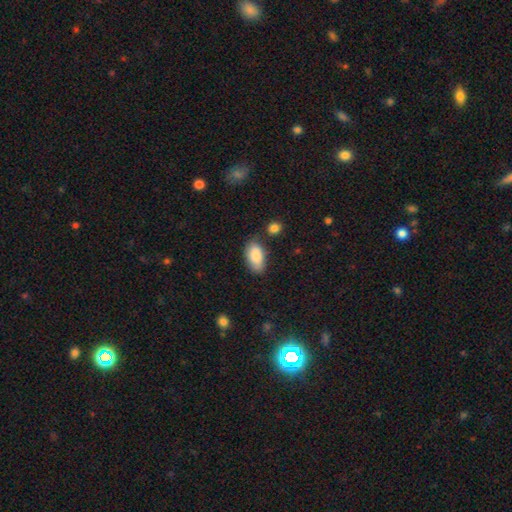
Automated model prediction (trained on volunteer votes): smooth_or_featured: smooth (p=0.85) [alt: featured or disk p=0.08]
how_rounded: in between (p=0.93) [alt: cigar-shaped p=0.04]
merging: none (p=0.70) [alt: minor disturbance p=0.21]